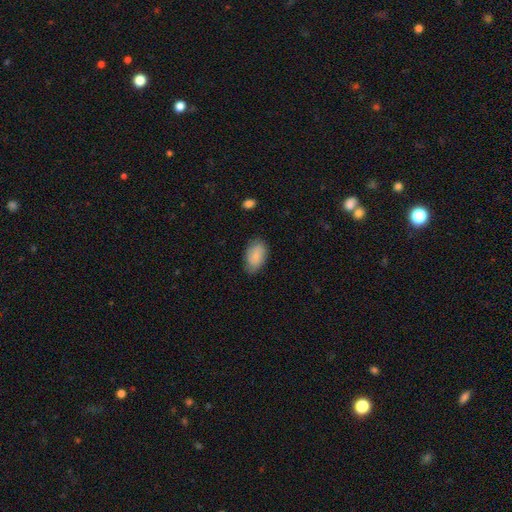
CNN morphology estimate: Smooth or featured: smooth — 84% (featured or disk — 10%)
How rounded: in between — 94% (round — 4%)
Merging: none — 76% (minor disturbance — 19%)